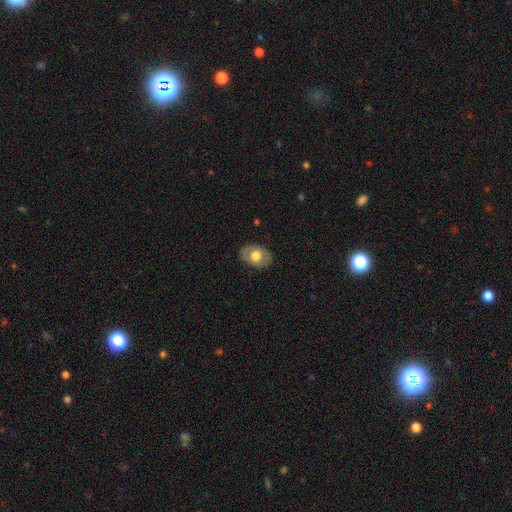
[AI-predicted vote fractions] This appears to be a smooth galaxy with no disk features (60%) that is in between round and cigar-shaped (79%). Merging: none (83%).